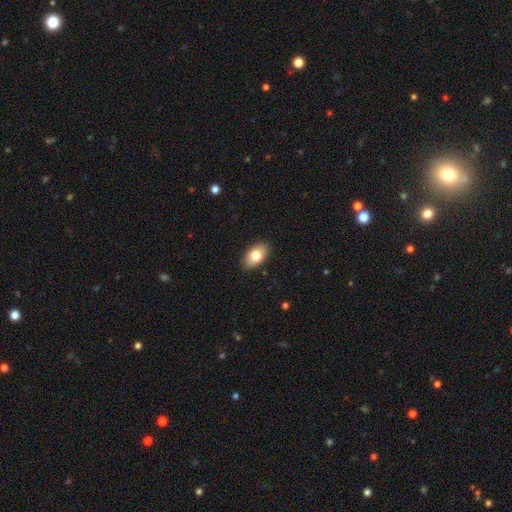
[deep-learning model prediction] Smooth or featured? Predicted: smooth (p=0.78). How rounded? Predicted: in between (p=0.92). Merging? Predicted: none (p=0.88).